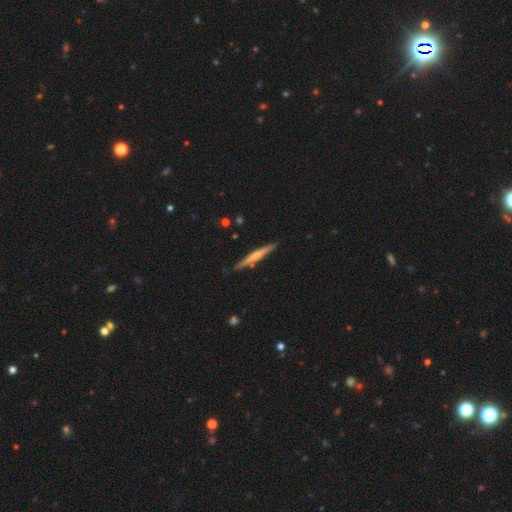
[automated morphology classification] type=featured or disk (57%); edge-on=yes (97%); edge-on bulge=rounded (52%); merging=none (85%).